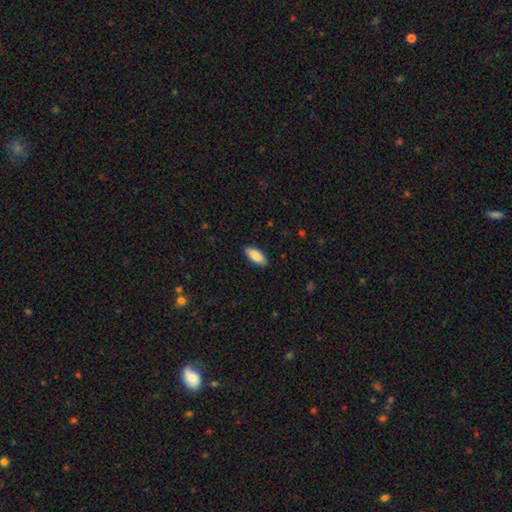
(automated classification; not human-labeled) Overall: smooth (87%). How rounded: in between (81%). Merging: none (88%).